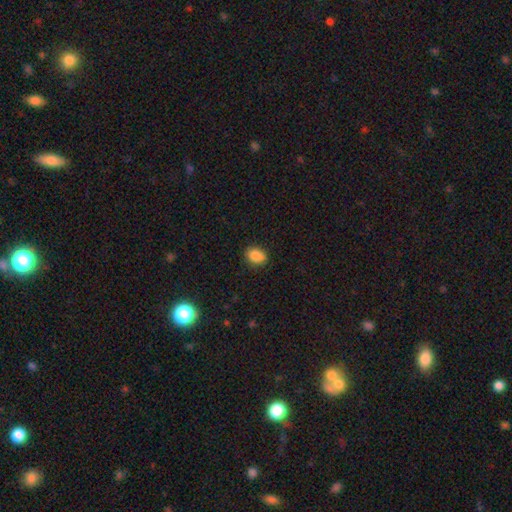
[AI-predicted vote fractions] smooth 86%, star or artifact 9%, featured or disk 5%. Down the decision tree: how rounded — in between (57%); merging — none (85%).